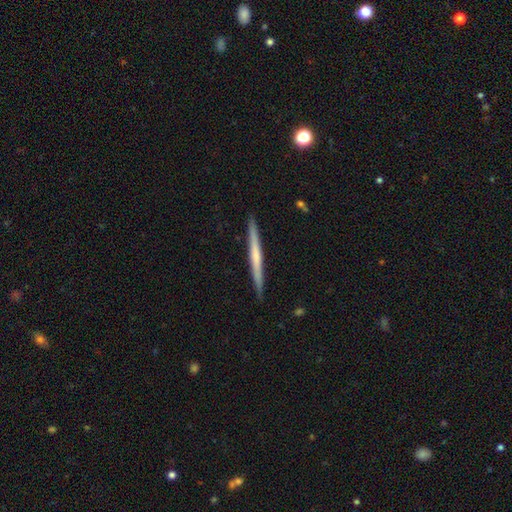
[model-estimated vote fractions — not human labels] A featured or disk galaxy (54%) viewed edge-on (98%) with no central bulge (72%). Merging: none (91%).